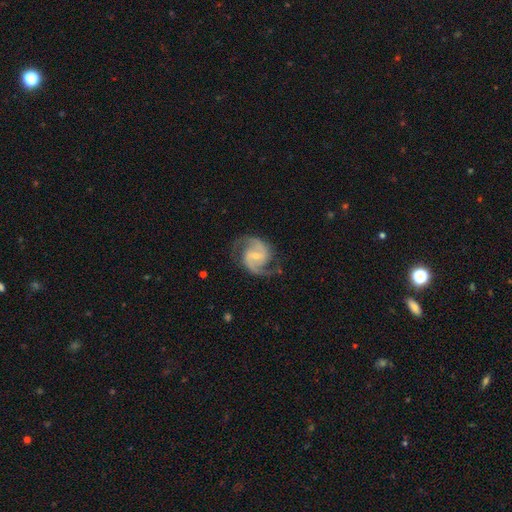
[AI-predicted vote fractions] Smooth or featured? Predicted: featured or disk (p=0.91). Edge-on disk? Predicted: no (p=0.98). Bar? Predicted: weak (p=0.55). Spiral arms? Predicted: yes (p=0.98). Spiral winding? Predicted: medium (p=0.61). Spiral arm count? Predicted: 2 (p=0.93). Bulge size? Predicted: small (p=0.59). Merging? Predicted: none (p=0.78).